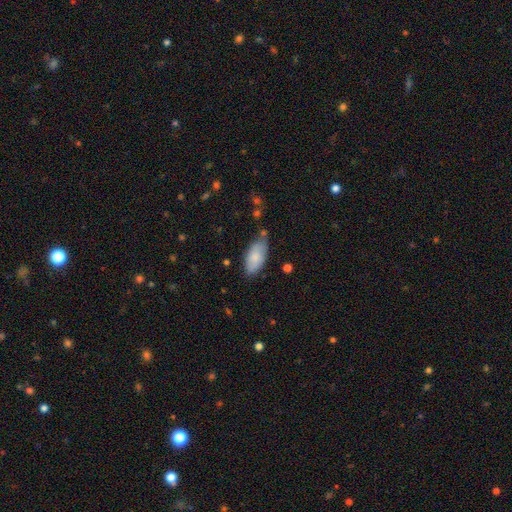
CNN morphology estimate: type=smooth (80%); roundness=in between (92%); merging=none (64%).